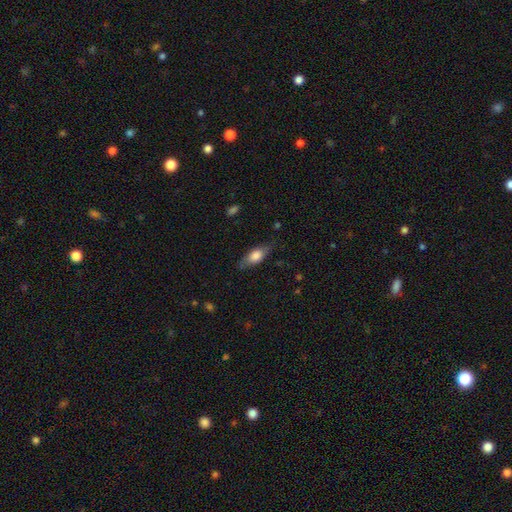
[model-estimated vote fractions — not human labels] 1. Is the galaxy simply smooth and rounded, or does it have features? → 65% smooth, 28% featured or disk, 7% star or artifact.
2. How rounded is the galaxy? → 73% in between, 23% cigar-shaped, 5% round.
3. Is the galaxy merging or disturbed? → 73% none, 20% minor disturbance, 6% major disturbance, 1% merger.